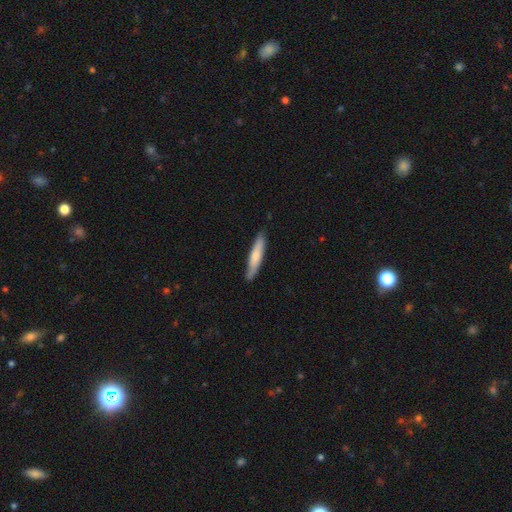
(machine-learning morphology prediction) A smooth galaxy with no disk features (69%) that is cigar-shaped (88%).

Vote fractions:
- Smooth or featured? smooth: 69% / featured or disk: 26% / star or artifact: 5%
- How rounded? cigar-shaped: 88% / in between: 10% / round: 1%
- Merging? none: 85% / minor disturbance: 12% / major disturbance: 2% / merger: 1%